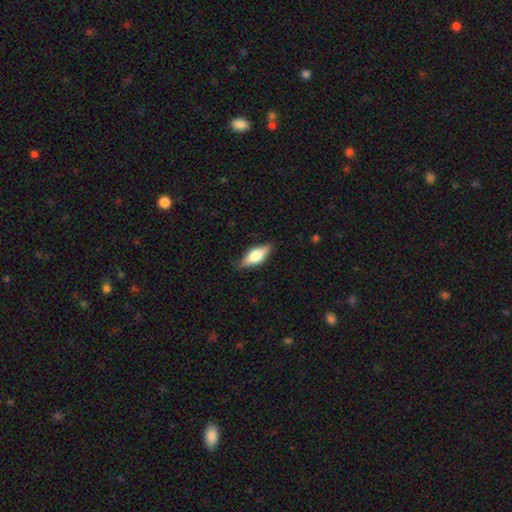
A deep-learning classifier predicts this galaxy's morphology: A smooth galaxy with no disk features (56%) that is in between round and cigar-shaped (74%). Merging: none (83%).